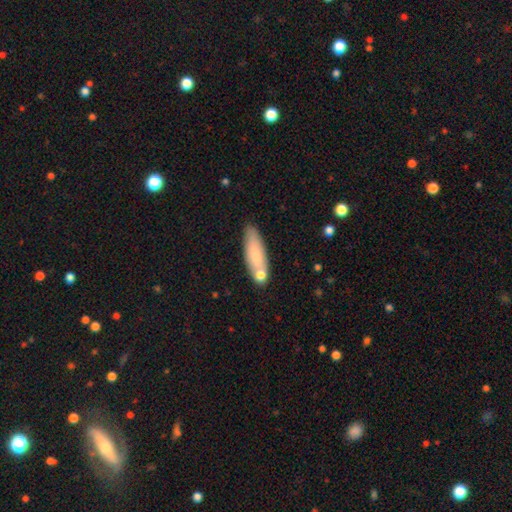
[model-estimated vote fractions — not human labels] smooth_or_featured: smooth (p=0.75) [alt: featured or disk p=0.18]
how_rounded: cigar-shaped (p=0.54) [alt: in between p=0.44]
merging: none (p=0.69) [alt: minor disturbance p=0.16]